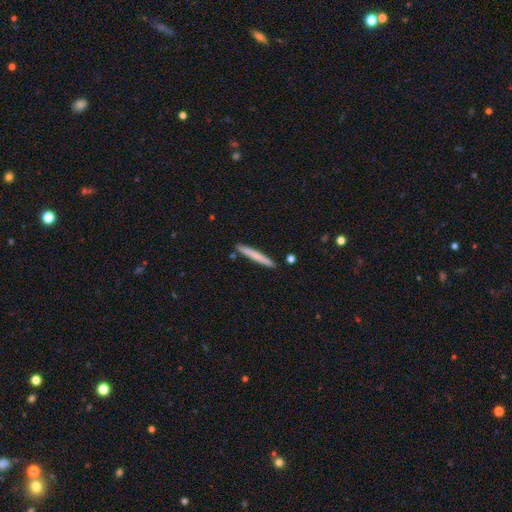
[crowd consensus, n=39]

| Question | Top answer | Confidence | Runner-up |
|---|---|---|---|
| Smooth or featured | smooth | 82% | featured or disk (18%) |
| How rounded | cigar-shaped | 97% | round (3%) |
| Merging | none | 79% | minor disturbance (8%) |